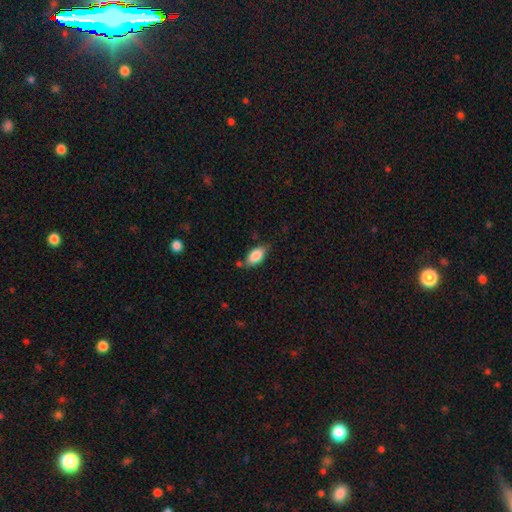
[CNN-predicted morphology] Smooth or featured?
  - smooth: 83% *
  - featured or disk: 10%
  - star or artifact: 7%
How rounded?
  - in between: 89% *
  - cigar-shaped: 7%
  - round: 4%
Merging?
  - none: 66% *
  - minor disturbance: 23%
  - merger: 5%
  - major disturbance: 5%